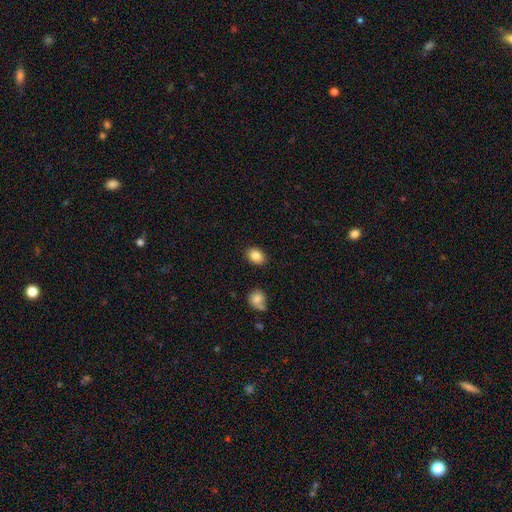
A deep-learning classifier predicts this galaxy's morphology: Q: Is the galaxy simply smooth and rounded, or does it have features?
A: smooth — 85%.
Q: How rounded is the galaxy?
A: in between — 71%.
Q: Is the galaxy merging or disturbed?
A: none — 87%.